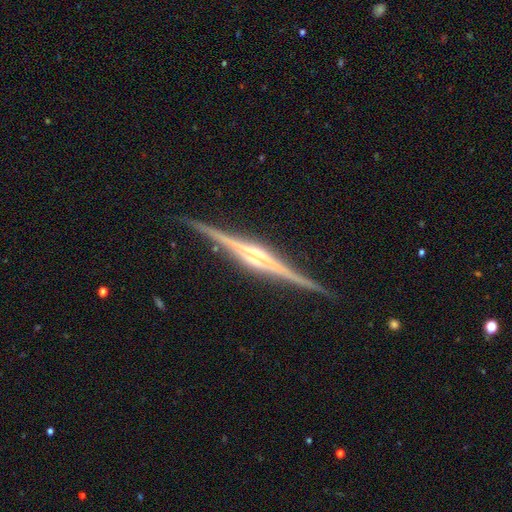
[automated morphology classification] featured or disk 89%, star or artifact 5%, smooth 5%. Down the decision tree: edge-on disk — yes (99%); edge-on bulge — rounded (58%); merging — none (90%).